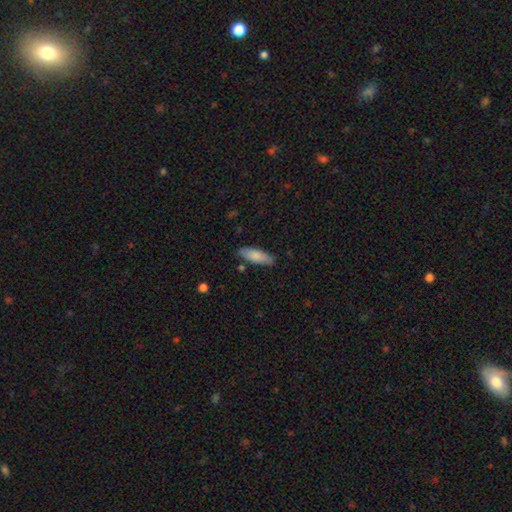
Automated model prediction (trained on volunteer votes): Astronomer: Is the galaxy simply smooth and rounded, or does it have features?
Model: smooth — 82%.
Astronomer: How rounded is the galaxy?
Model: in between — 63%.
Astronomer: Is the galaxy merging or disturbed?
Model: none — 82%.